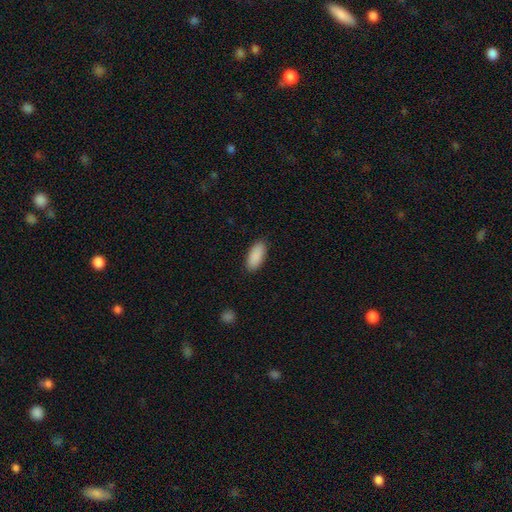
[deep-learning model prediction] Q: Smooth or featured?
A: smooth (91%); runner-up: star or artifact (6%)
Q: How rounded?
A: in between (87%); runner-up: cigar-shaped (11%)
Q: Merging?
A: none (89%); runner-up: minor disturbance (9%)